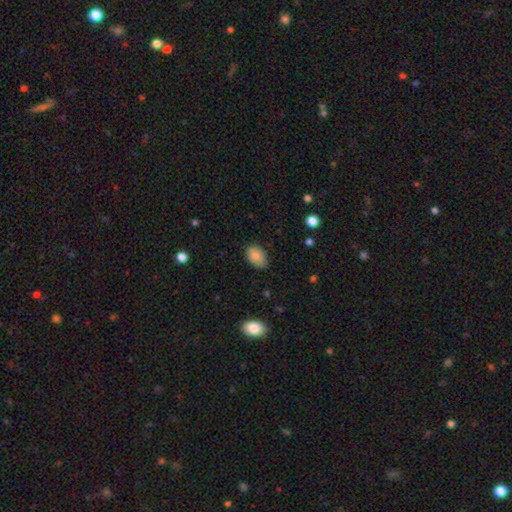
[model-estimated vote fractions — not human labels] This appears to be a smooth galaxy with no disk features (87%) that is in between round and cigar-shaped (86%). Merging: none (78%).